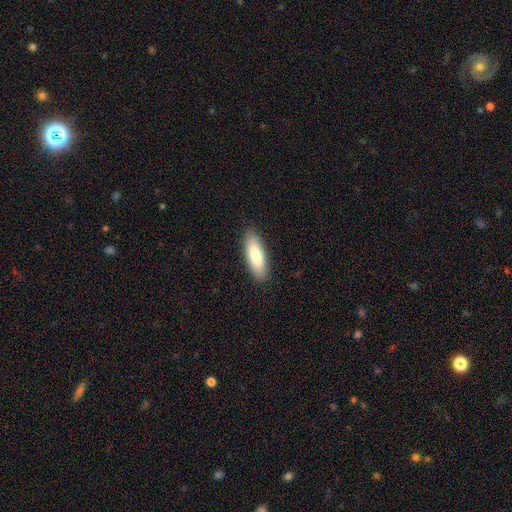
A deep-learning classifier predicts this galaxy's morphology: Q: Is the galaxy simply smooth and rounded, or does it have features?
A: smooth — 83%.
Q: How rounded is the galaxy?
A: in between — 64%.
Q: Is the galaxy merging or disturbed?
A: none — 89%.